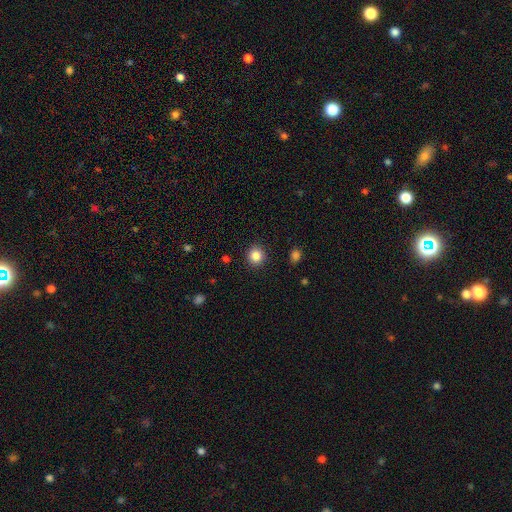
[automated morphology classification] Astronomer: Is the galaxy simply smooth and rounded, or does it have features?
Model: smooth — 86%.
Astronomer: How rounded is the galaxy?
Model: round — 91%.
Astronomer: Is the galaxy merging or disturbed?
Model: none — 91%.